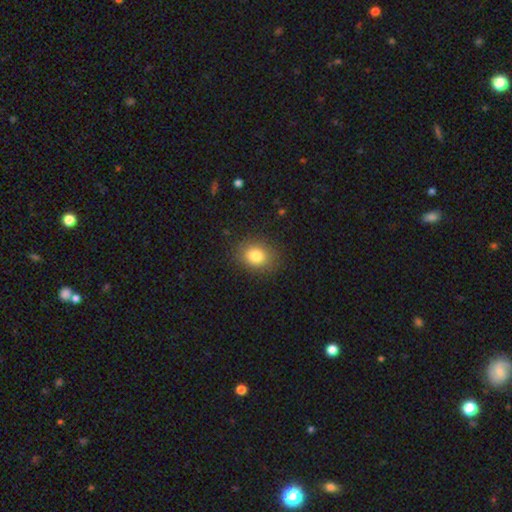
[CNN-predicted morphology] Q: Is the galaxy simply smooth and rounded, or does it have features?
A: smooth — 82%.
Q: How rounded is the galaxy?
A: in between — 50%.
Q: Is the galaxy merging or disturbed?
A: none — 85%.